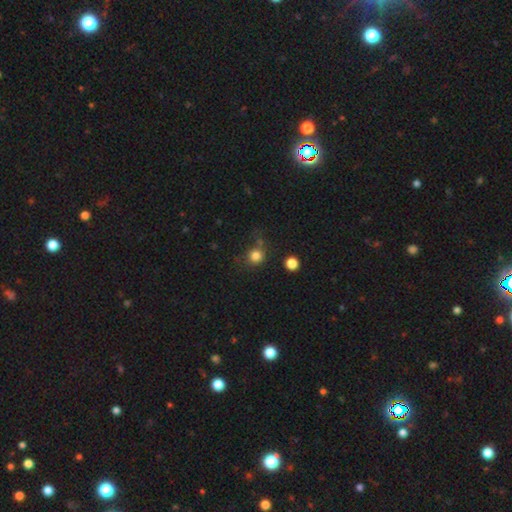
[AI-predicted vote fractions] Smooth or featured? smooth (81%)
How rounded? round (90%)
Merging? none (72%)